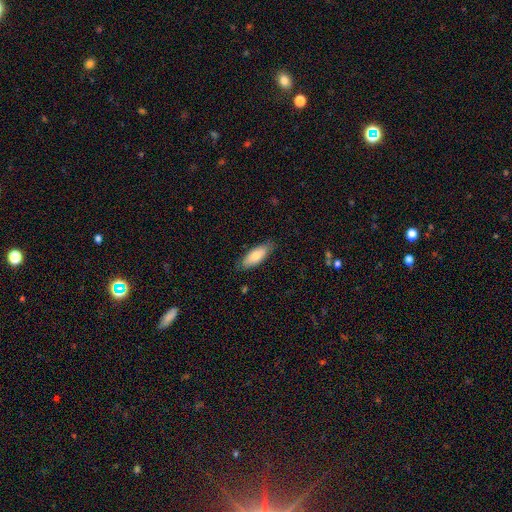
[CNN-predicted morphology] Overall: smooth (75%). How rounded: in between (74%). Merging: none (83%).